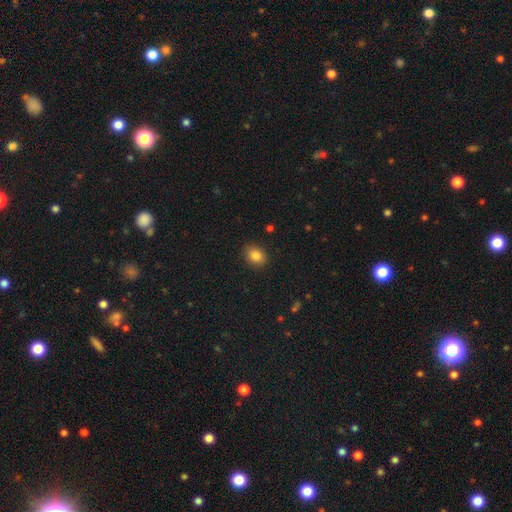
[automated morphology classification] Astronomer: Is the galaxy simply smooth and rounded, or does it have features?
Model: smooth — 85%.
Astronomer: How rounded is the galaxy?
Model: in between — 55% (runner-up: round, 44%).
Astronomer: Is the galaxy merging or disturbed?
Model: none — 88%.